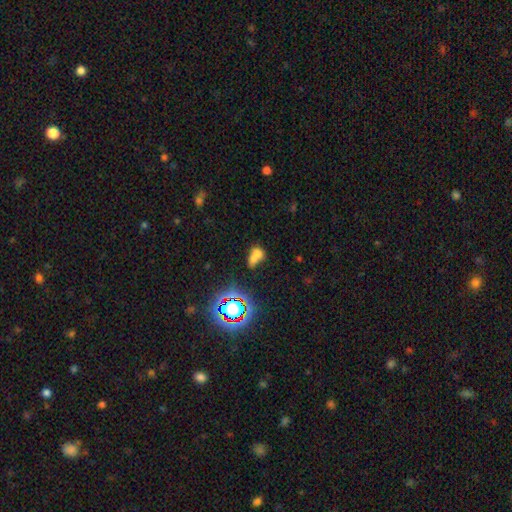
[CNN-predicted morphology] Smooth or featured? Predicted: smooth (p=0.61). How rounded? Predicted: in between (p=0.67). Merging? Predicted: merger (p=0.60).